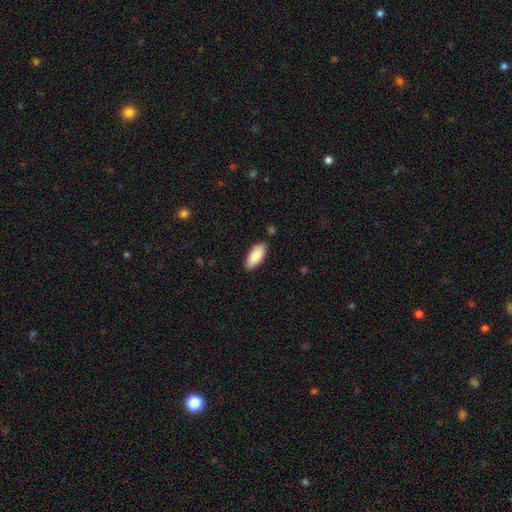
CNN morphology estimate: smooth-or-featured: smooth: 87% | featured or disk: 7% | star or artifact: 6%
  how-rounded: in between: 85% | cigar-shaped: 13% | round: 2%
  merging: none: 84% | minor disturbance: 12% | merger: 2% | major disturbance: 2%